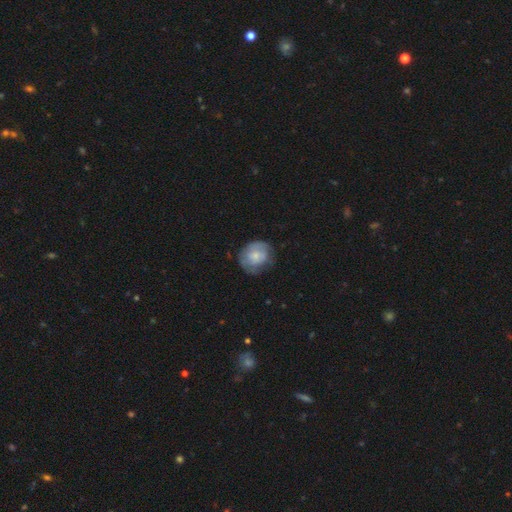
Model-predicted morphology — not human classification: This appears to be a smooth galaxy with no disk features (57%) that is round (77%). Merging: none (63%).